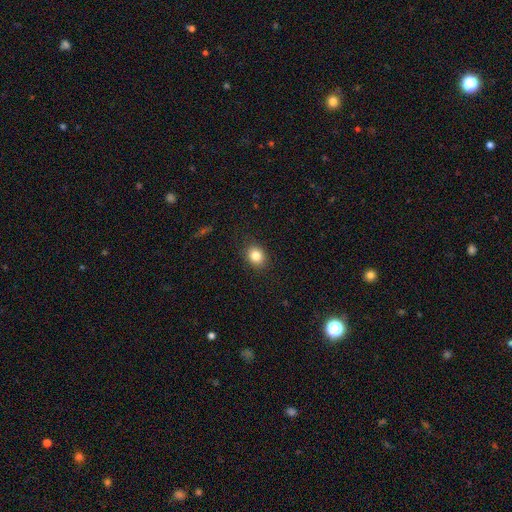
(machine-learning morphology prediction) A smooth galaxy with no disk features (83%) that is round (58%). Merging: none (88%).